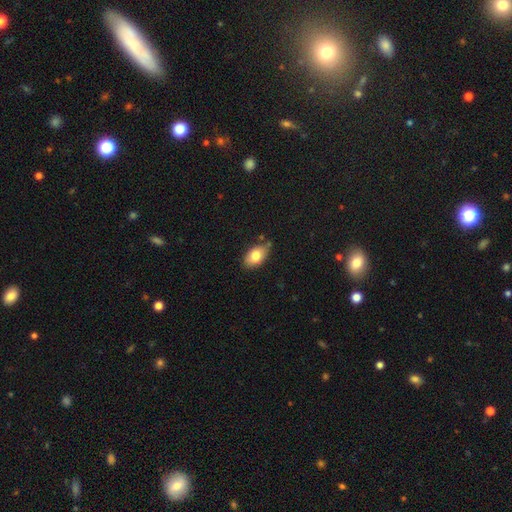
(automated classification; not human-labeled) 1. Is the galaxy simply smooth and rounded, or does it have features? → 79% smooth, 14% featured or disk, 7% star or artifact.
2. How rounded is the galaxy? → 90% in between, 8% round, 2% cigar-shaped.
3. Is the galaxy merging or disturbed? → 72% none, 21% minor disturbance, 4% merger, 3% major disturbance.